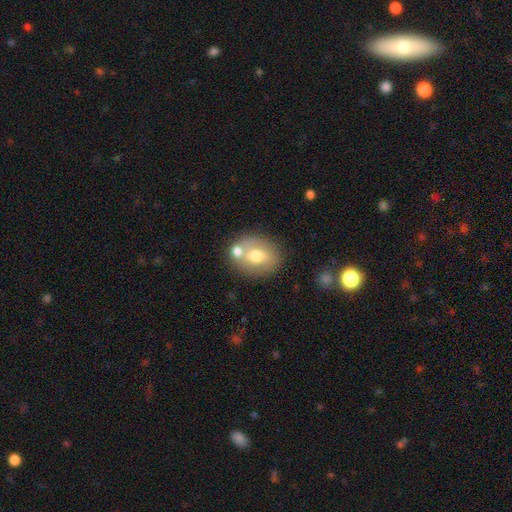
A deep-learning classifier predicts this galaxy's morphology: Smooth or featured: smooth — 63% (featured or disk — 29%)
How rounded: in between — 53% (round — 46%)
Merging: none — 61% (merger — 22%)